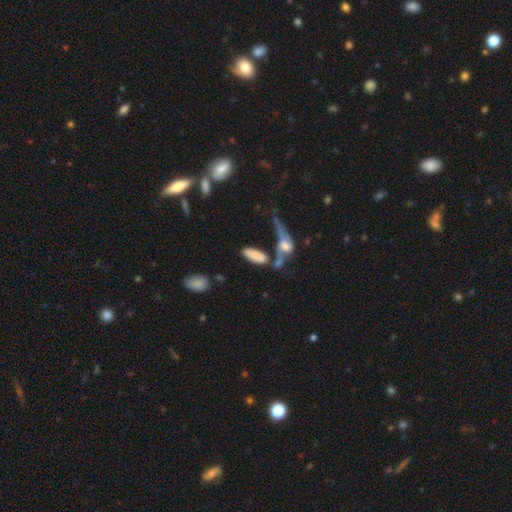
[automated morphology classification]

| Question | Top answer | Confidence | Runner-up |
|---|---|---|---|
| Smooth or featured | smooth | 78% | featured or disk (14%) |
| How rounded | in between | 81% | cigar-shaped (16%) |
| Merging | merger | 39% | none (34%) |